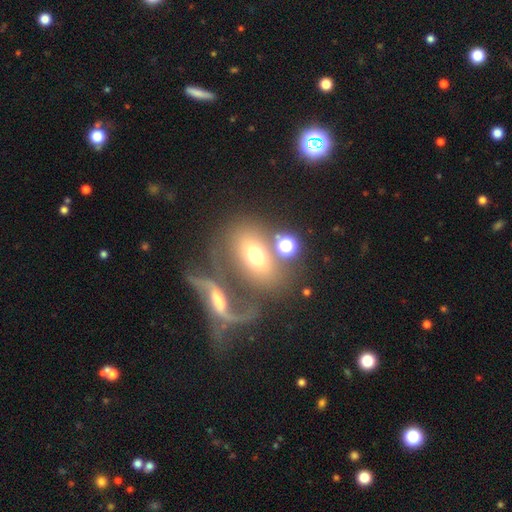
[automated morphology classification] type=smooth (57%); roundness=in between (73%); merging=none (42%).